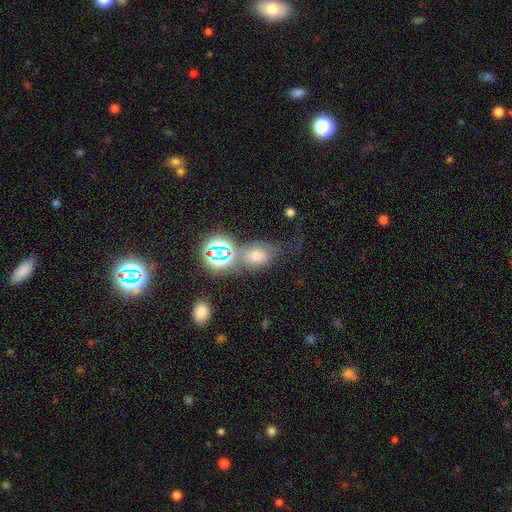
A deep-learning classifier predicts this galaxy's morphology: type=smooth (54%); roundness=in between (63%); merging=none (44%).